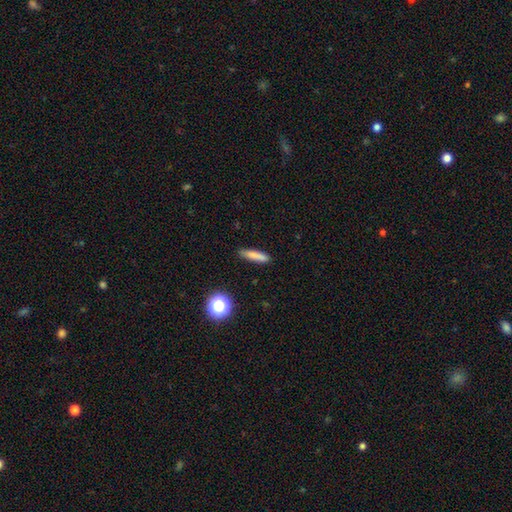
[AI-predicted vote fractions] This appears to be a smooth galaxy with no disk features (81%) that is cigar-shaped (83%). Merging: none (86%).